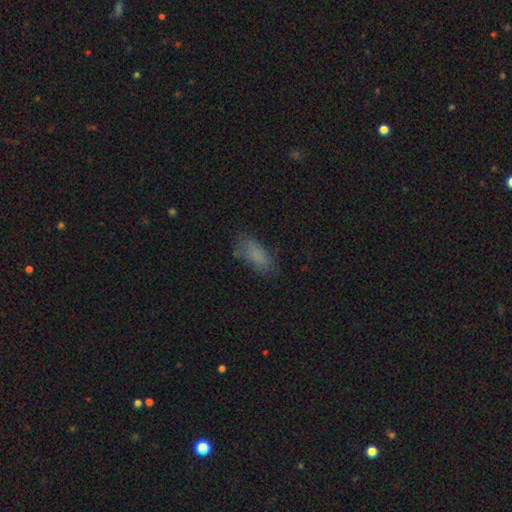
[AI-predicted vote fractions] smooth_or_featured: smooth (p=0.81) [alt: star or artifact p=0.10]
how_rounded: in between (p=0.78) [alt: cigar-shaped p=0.19]
merging: none (p=0.72) [alt: minor disturbance p=0.19]